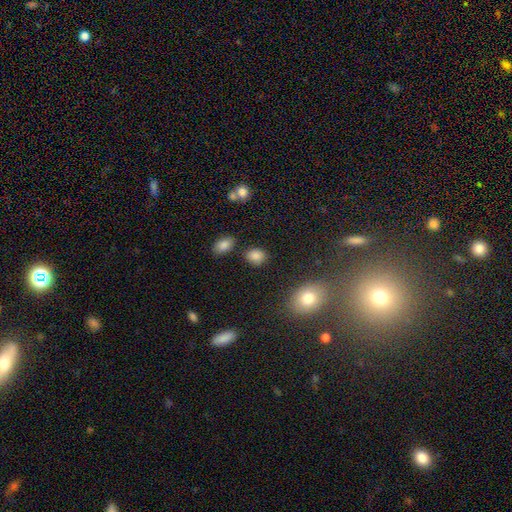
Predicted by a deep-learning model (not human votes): A smooth galaxy with no disk features (85%) that is in between round and cigar-shaped (49%, tied with round).

Vote fractions:
- Smooth or featured? smooth: 85% / star or artifact: 10% / featured or disk: 5%
- How rounded? in between: 49% (tied) / round: 49% (tied) / cigar-shaped: 1%
- Merging? none: 82% / minor disturbance: 10% / merger: 4% / major disturbance: 3%